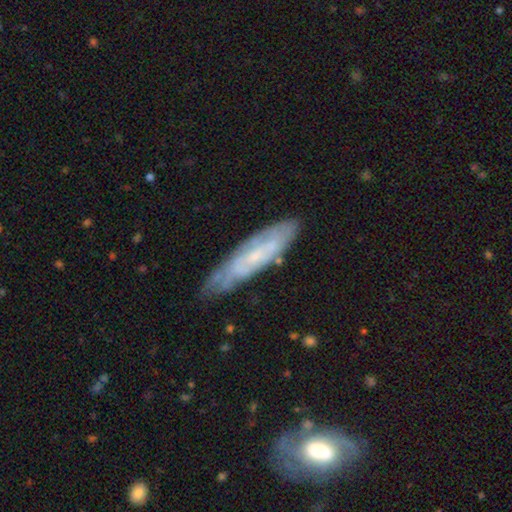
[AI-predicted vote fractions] This is likely a featured or disk galaxy (62%). It is likely not viewed edge-on (64%). Merging: likely none (69%).